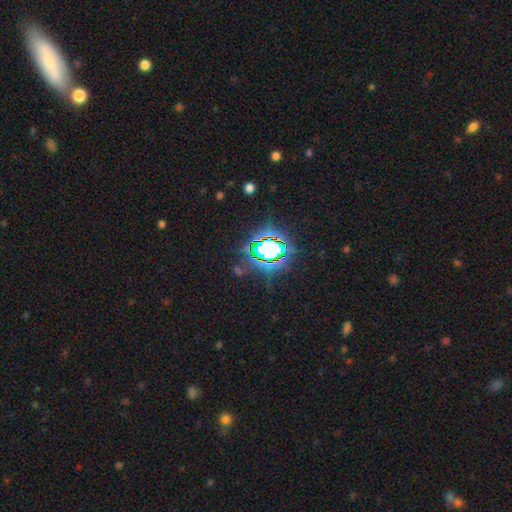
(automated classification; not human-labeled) Q: Smooth or featured?
A: star or artifact (83%); runner-up: smooth (10%)